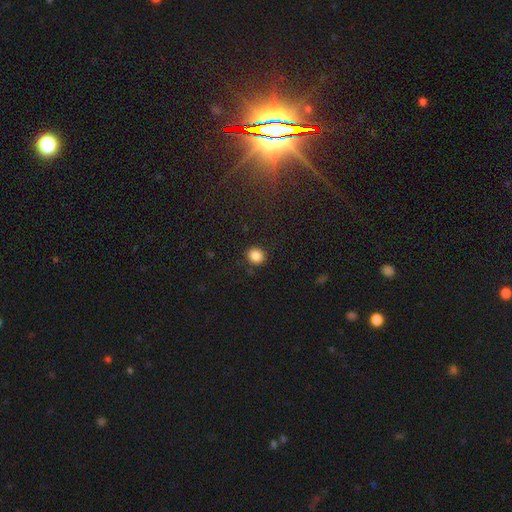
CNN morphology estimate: Smooth or featured? Predicted: smooth (p=0.86). How rounded? Predicted: round (p=0.76). Merging? Predicted: none (p=0.87).